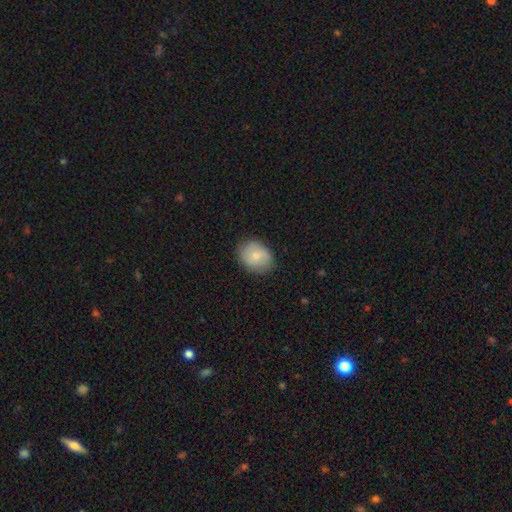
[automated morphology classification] smooth 72%, featured or disk 21%, star or artifact 7%. Down the decision tree: how rounded — round (52%); merging — none (83%).